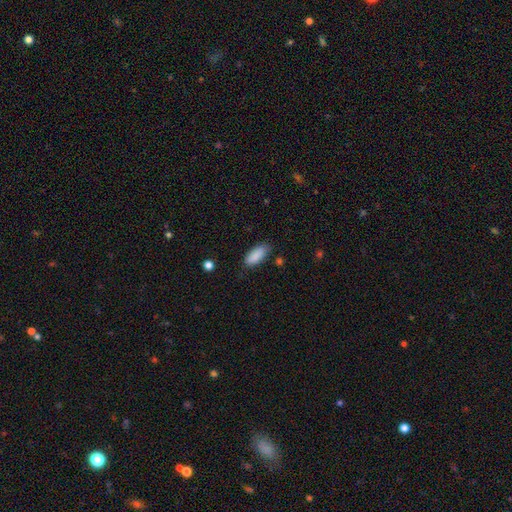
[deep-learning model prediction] A smooth galaxy with no disk features (89%) that is in between round and cigar-shaped (83%). Merging: none (80%).